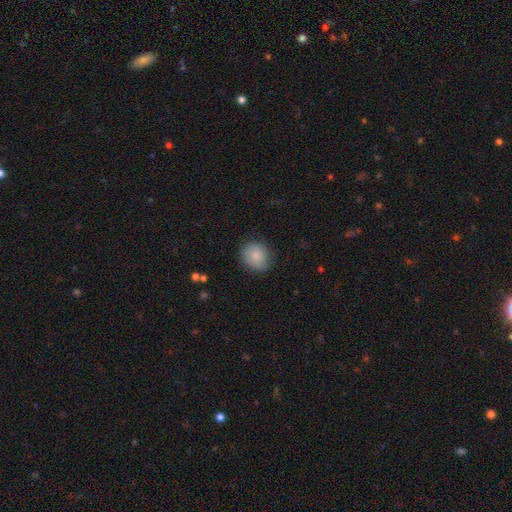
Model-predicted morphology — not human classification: This is clearly a smooth galaxy (84%). How rounded: clearly round (81%). Merging: likely none (79%).